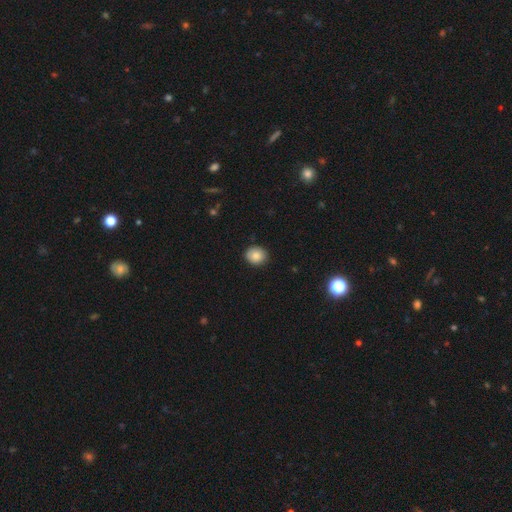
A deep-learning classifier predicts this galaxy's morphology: A smooth galaxy with no disk features (85%) that is round (76%). Merging: none (88%).